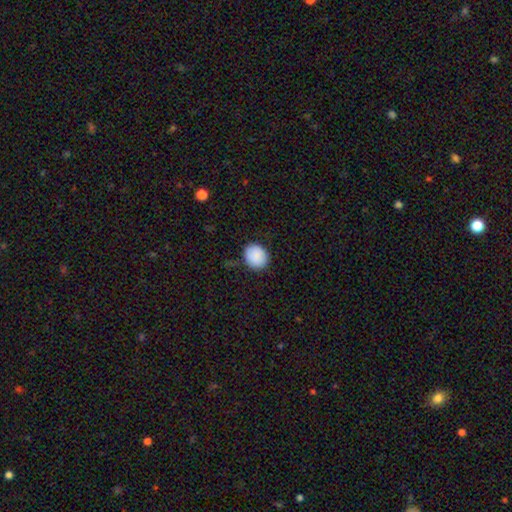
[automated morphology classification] This is clearly a smooth galaxy (89%). How rounded: likely round (69%). Merging: clearly none (83%).